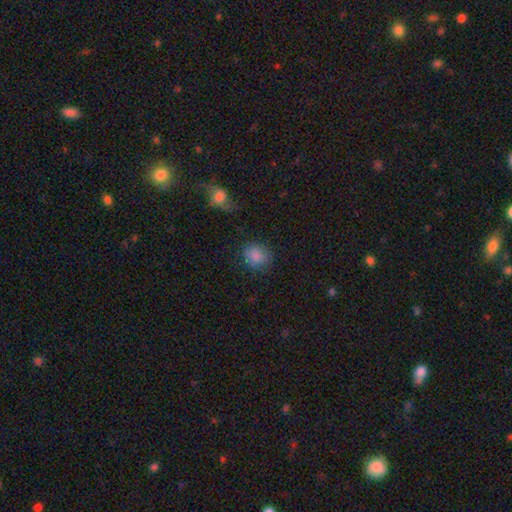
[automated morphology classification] This appears to be a smooth galaxy with no disk features (84%) that is round (74%). Merging: none (77%).